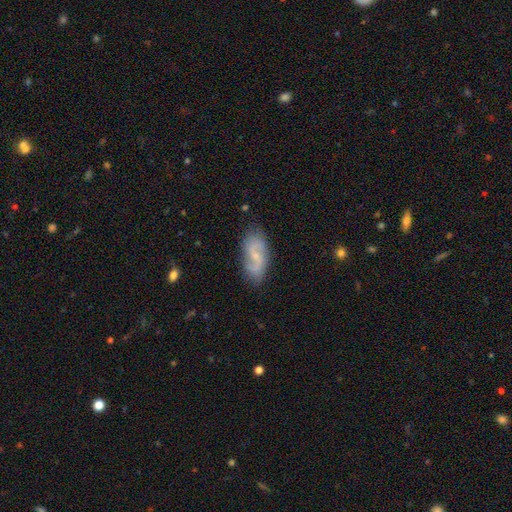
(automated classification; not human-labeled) featured or disk 74%, smooth 20%, star or artifact 7%. Down the decision tree: edge-on disk — no (95%); bar — weak (49%); spiral arms — yes (93%); spiral arm count — 2 (87%); spiral winding — loose (48%); bulge size — small (64%); merging — none (78%).